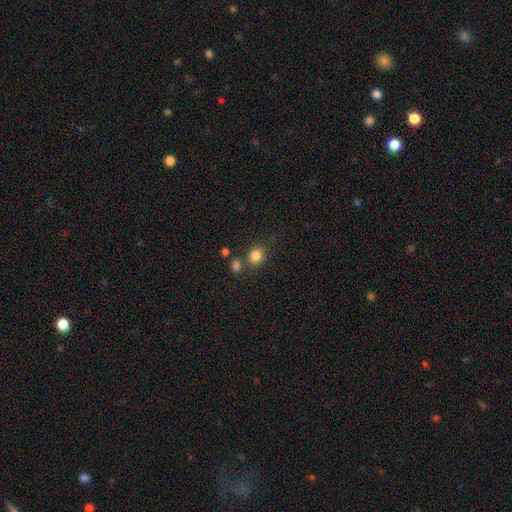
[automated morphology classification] Smooth or featured? smooth (83%)
How rounded? round (79%)
Merging? none (73%)